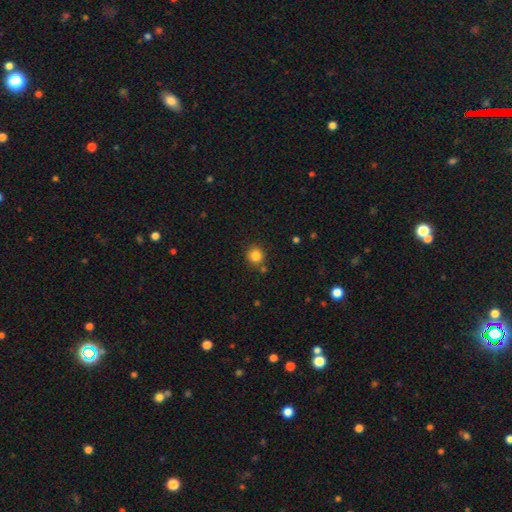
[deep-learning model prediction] The model was most divided on "merging": none: 81%, minor disturbance: 10%, merger: 7%, major disturbance: 3%. More confident: how rounded — round (91%); smooth or featured — smooth (84%).